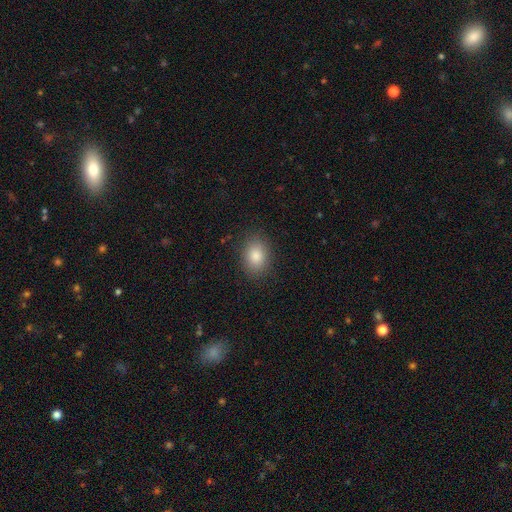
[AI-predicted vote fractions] Smooth or featured: smooth — 84% (star or artifact — 10%)
How rounded: in between — 70% (round — 29%)
Merging: none — 87% (minor disturbance — 9%)